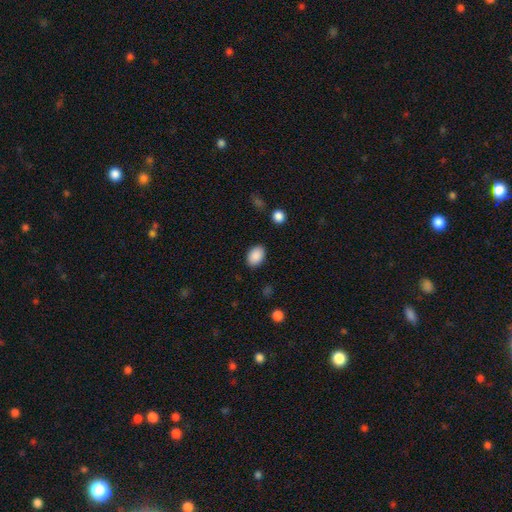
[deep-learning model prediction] Smooth or featured?
  - smooth: 89% *
  - star or artifact: 8%
  - featured or disk: 3%
How rounded?
  - in between: 82% *
  - round: 17%
  - cigar-shaped: 1%
Merging?
  - none: 87% *
  - minor disturbance: 9%
  - major disturbance: 3%
  - merger: 1%